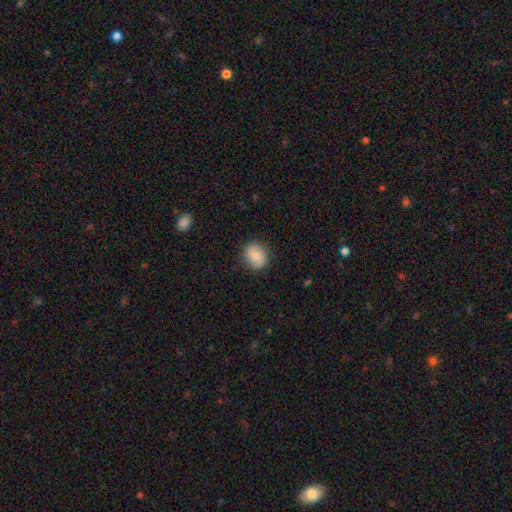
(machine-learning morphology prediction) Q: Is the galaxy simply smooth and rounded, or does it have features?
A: smooth — 73%.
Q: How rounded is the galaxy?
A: round — 73%.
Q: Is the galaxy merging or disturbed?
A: none — 84%.